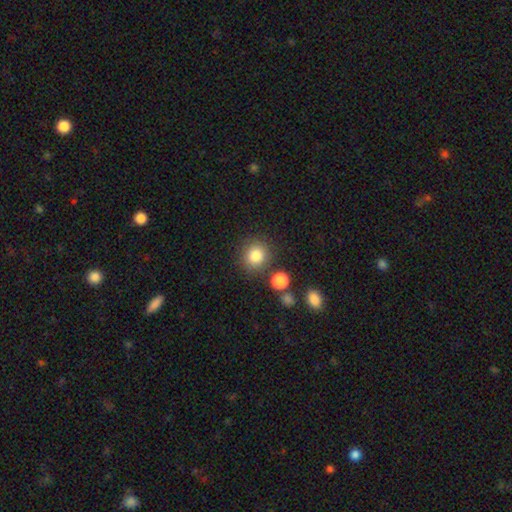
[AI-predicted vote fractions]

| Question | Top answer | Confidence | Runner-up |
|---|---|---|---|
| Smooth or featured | smooth | 83% | star or artifact (11%) |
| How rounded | round | 86% | in between (13%) |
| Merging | none | 81% | minor disturbance (9%) |